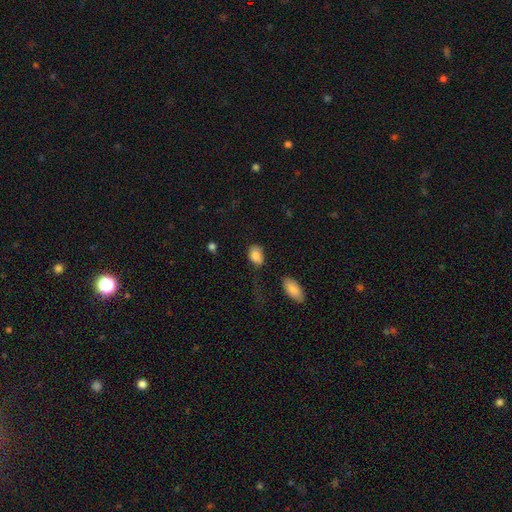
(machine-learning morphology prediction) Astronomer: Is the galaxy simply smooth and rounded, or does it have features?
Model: smooth — 86%.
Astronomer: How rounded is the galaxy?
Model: in between — 72%.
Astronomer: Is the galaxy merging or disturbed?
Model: none — 67%.